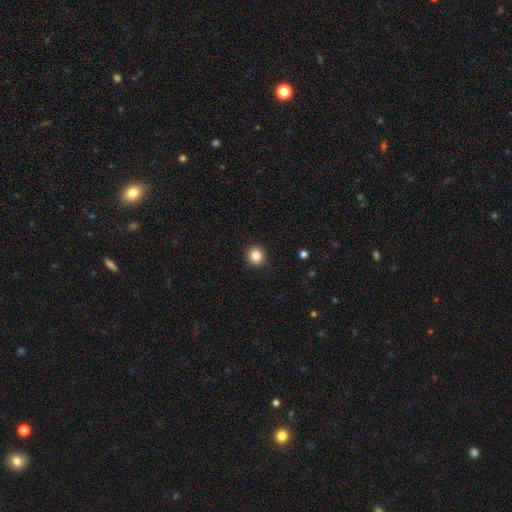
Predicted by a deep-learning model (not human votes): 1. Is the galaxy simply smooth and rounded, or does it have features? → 86% smooth, 10% star or artifact, 4% featured or disk.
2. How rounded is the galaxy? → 90% round, 9% in between, 1% cigar-shaped.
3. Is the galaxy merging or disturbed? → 89% none, 7% minor disturbance, 2% major disturbance, 1% merger.